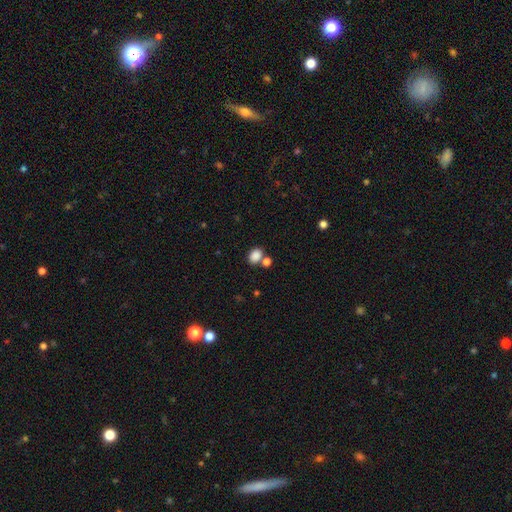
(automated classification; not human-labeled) Smooth or featured? smooth (85%)
How rounded? in between (69%)
Merging? none (58%)